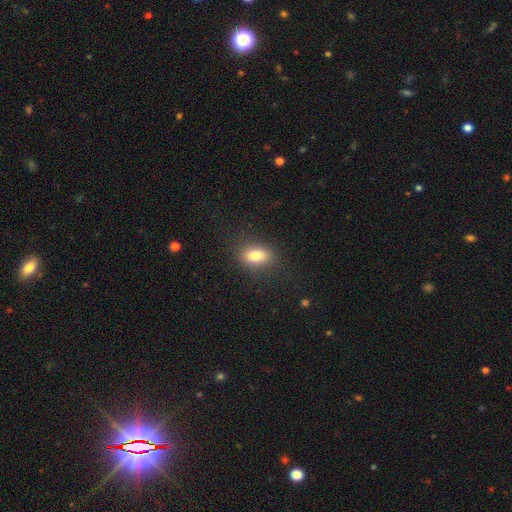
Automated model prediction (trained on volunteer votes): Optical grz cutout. It shows a smooth galaxy with no disk features (78%) that is in between round and cigar-shaped (78%). Merging: none (85%).